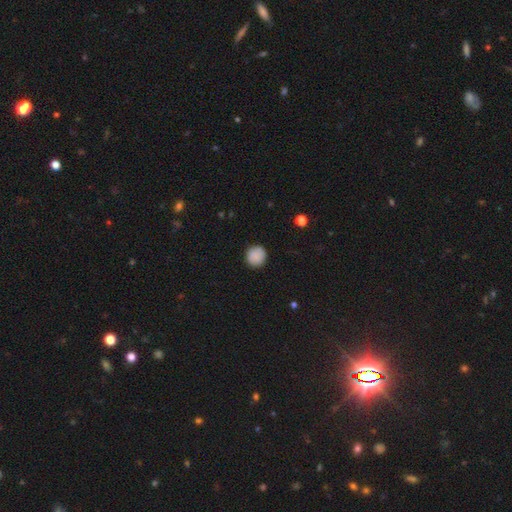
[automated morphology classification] A smooth galaxy with no disk features (87%) that is round (93%). Merging: none (90%).